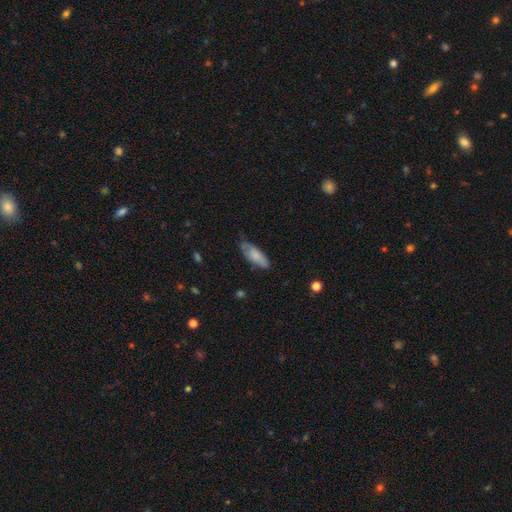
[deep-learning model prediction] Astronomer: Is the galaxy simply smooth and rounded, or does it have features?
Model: smooth — 74%.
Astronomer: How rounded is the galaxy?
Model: in between — 66%.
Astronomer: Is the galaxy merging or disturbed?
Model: none — 66%.